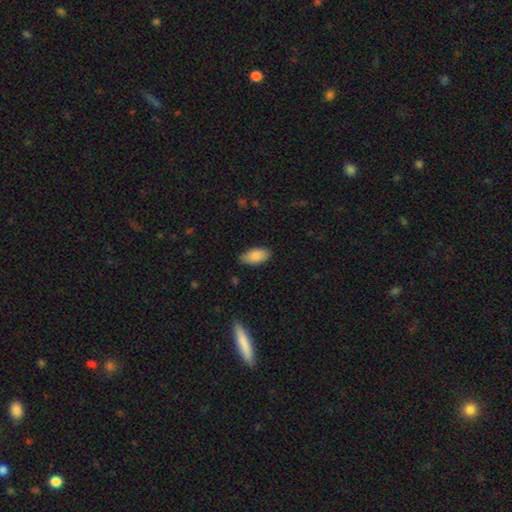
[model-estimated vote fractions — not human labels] A smooth galaxy with no disk features (87%) that is in between round and cigar-shaped (93%).

Vote fractions:
- Smooth or featured? smooth: 87% / featured or disk: 7% / star or artifact: 7%
- How rounded? in between: 93% / cigar-shaped: 5% / round: 2%
- Merging? none: 82% / minor disturbance: 15% / major disturbance: 3% / merger: 1%